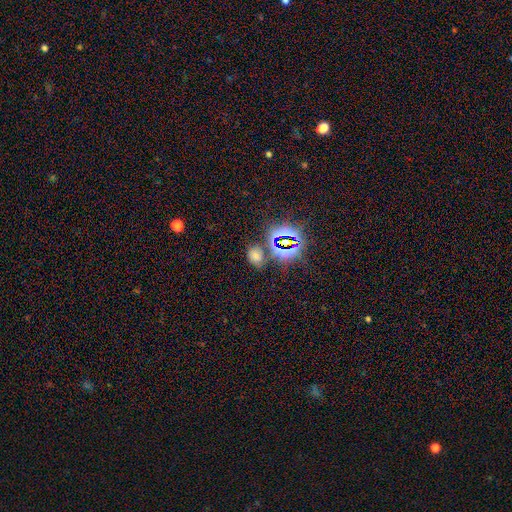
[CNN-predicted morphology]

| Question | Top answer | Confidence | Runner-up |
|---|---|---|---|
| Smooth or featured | smooth | 51% | star or artifact (41%) |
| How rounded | in between | 65% | round (34%) |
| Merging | none | 70% | minor disturbance (14%) |